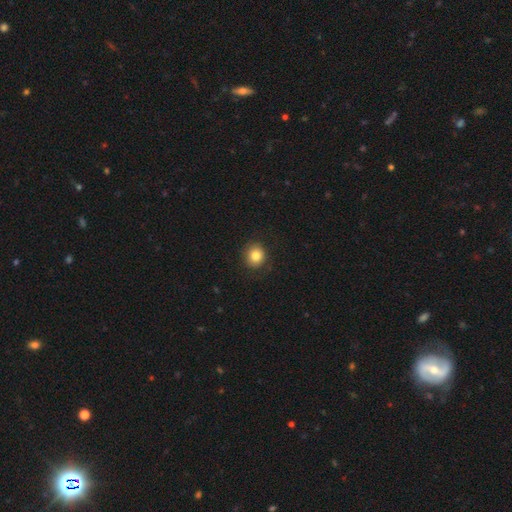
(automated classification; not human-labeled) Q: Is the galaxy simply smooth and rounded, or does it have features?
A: smooth — 83%.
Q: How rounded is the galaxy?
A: round — 86%.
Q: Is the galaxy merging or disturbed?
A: none — 86%.